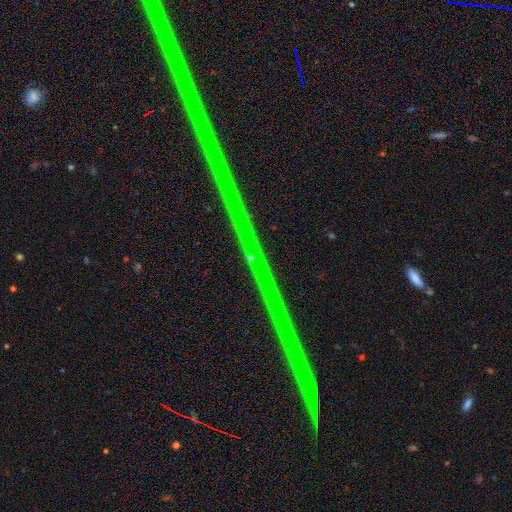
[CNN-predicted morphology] smooth_or_featured: star or artifact (p=0.88) [alt: featured or disk p=0.08]